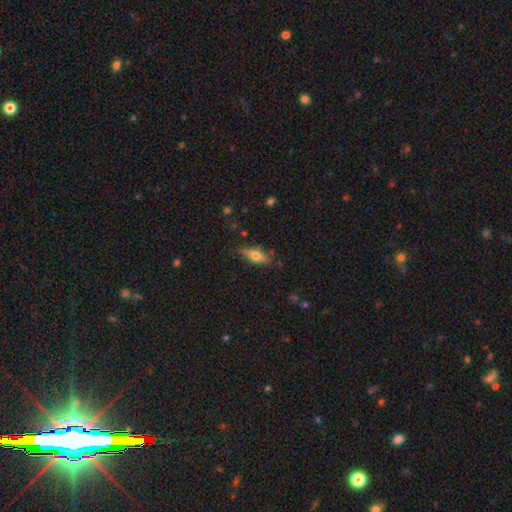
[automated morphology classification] type=smooth (58%); roundness=in between (58%); merging=none (78%).